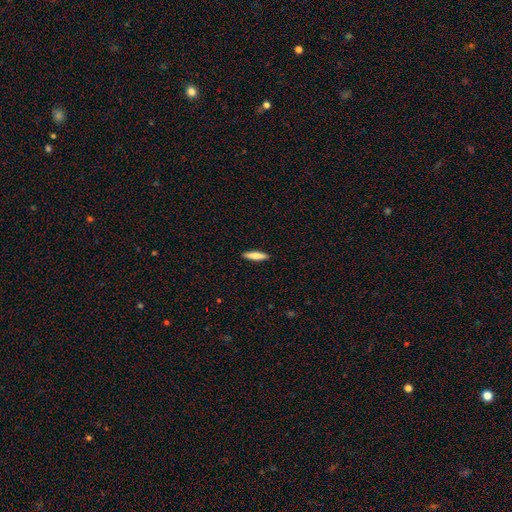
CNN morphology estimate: Q: Smooth or featured?
A: smooth (79%); runner-up: featured or disk (15%)
Q: How rounded?
A: cigar-shaped (80%); runner-up: in between (18%)
Q: Merging?
A: none (91%); runner-up: minor disturbance (6%)